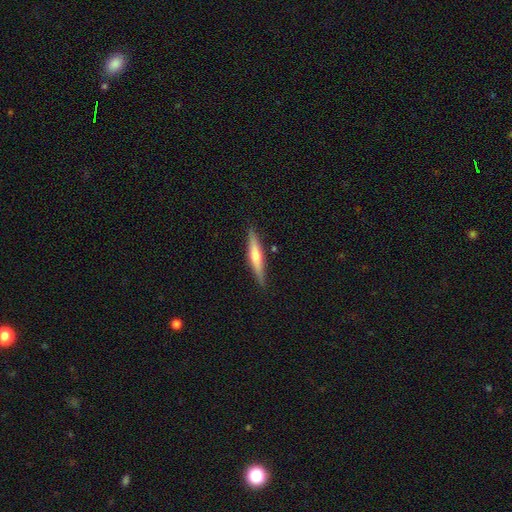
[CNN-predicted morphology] featured or disk 51%, smooth 44%, star or artifact 6%. Down the decision tree: edge-on disk — yes (94%); merging — none (87%).